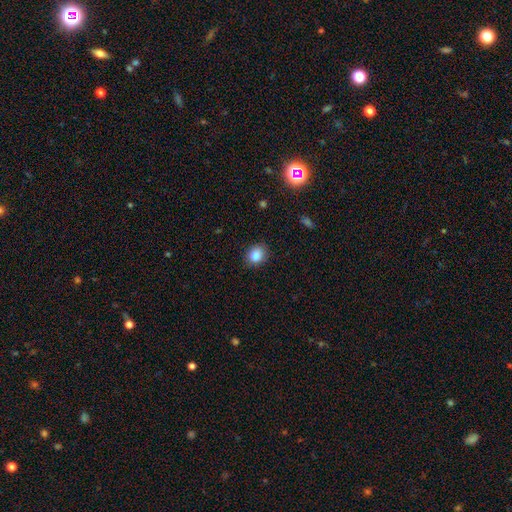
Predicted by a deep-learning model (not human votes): Morphology: type=smooth (85%); roundness=round (55%); merging=none (85%).